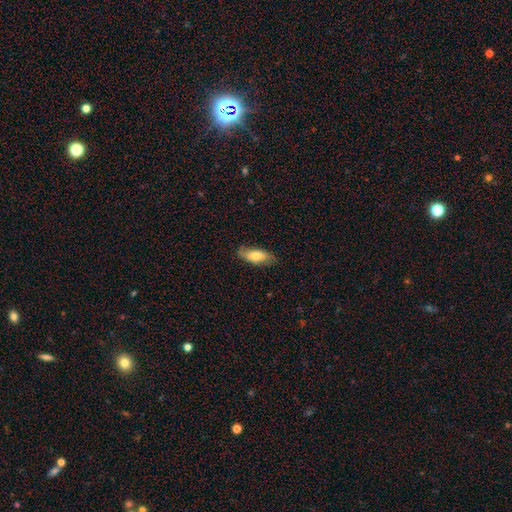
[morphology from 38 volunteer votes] Smooth or featured?
  - smooth: 74% *
  - featured or disk: 26%
  - star or artifact: 0%
How rounded?
  - in between: 82% *
  - cigar-shaped: 18%
  - round: 0%
Merging?
  - none: 76% *
  - minor disturbance: 21%
  - major disturbance: 3%
  - merger: 0%